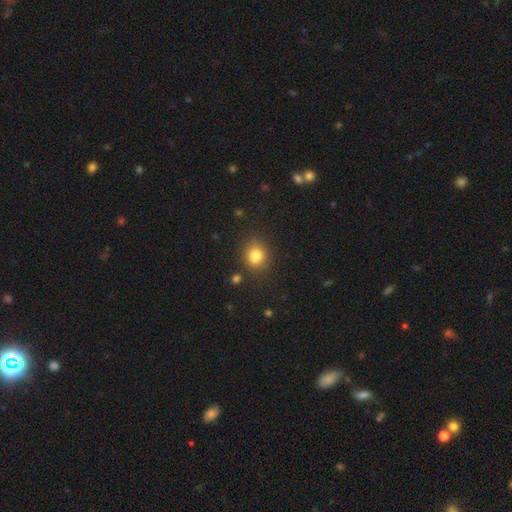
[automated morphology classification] Smooth or featured: smooth — 81% (star or artifact — 12%)
How rounded: round — 68% (in between — 31%)
Merging: none — 81% (minor disturbance — 12%)